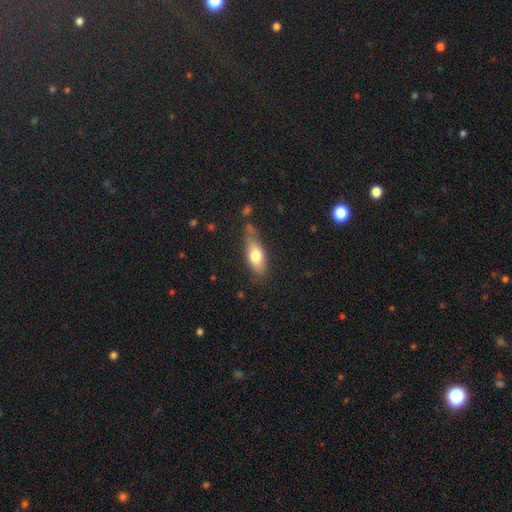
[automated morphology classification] The model was most divided on "merging": none: 63%, minor disturbance: 25%, major disturbance: 7%, merger: 5%. More confident: how rounded — in between (70%); smooth or featured — smooth (70%).